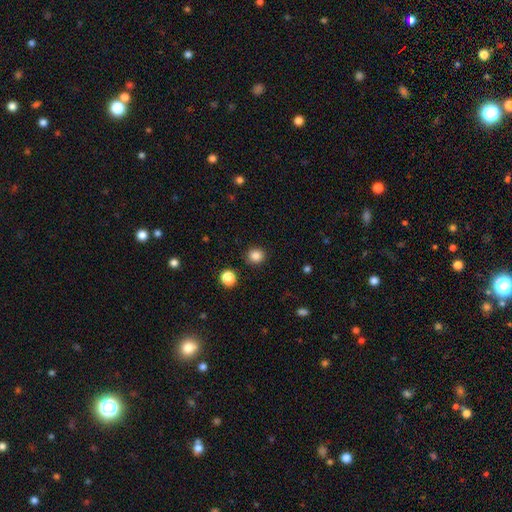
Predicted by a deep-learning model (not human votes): The model was most divided on "smooth or featured": smooth: 85%, star or artifact: 11%, featured or disk: 4%. More confident: merging — none (90%); how rounded — round (89%).